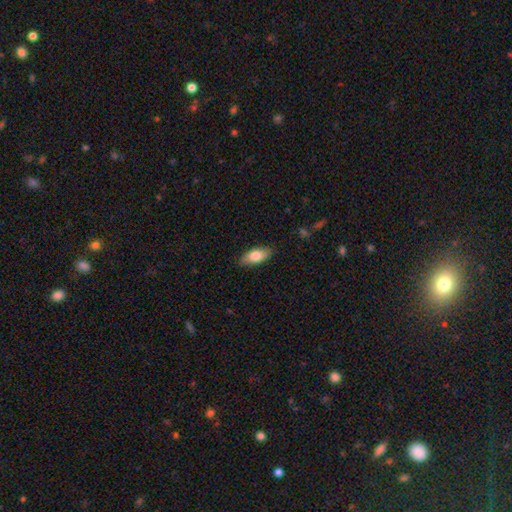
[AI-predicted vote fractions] The model was most divided on "smooth or featured": smooth: 79%, featured or disk: 15%, star or artifact: 6%. More confident: how rounded — in between (85%); merging — none (85%).